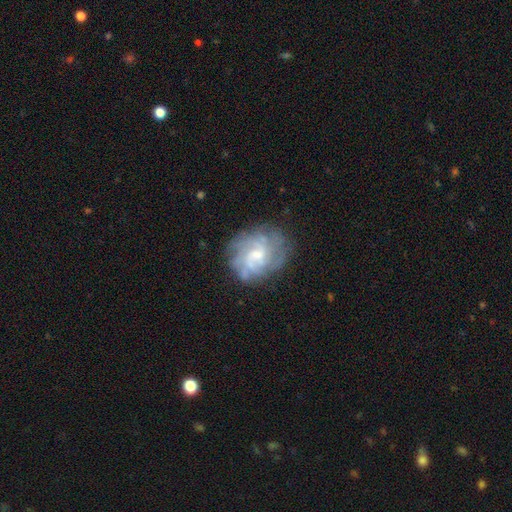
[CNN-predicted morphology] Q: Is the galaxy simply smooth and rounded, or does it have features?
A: featured or disk — 75%.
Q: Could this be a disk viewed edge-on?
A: no — 97%.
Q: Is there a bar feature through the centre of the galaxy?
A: no — 56%.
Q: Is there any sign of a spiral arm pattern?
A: yes — 87%.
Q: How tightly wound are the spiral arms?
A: tight — 49%.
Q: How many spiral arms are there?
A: can't tell — 45%.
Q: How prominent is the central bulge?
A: small — 53%.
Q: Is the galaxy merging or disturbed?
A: none — 70%.